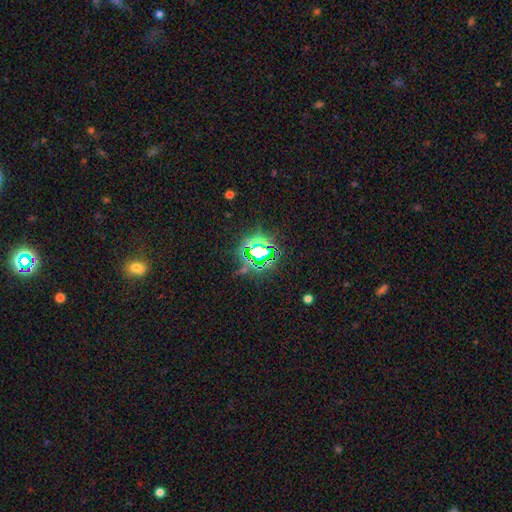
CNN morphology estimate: The model was most divided on "smooth or featured": star or artifact: 80%, smooth: 12%, featured or disk: 8%.